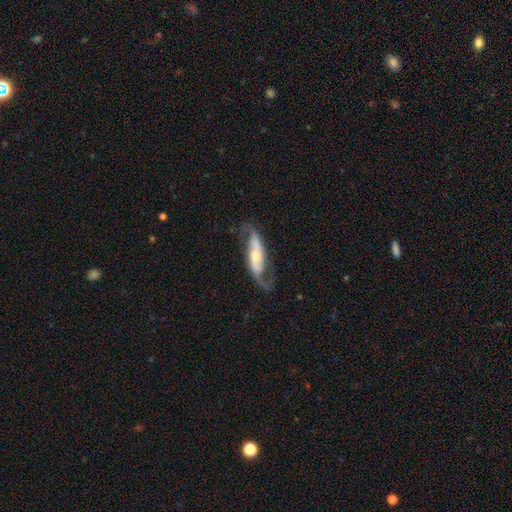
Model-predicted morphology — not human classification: A featured or disk galaxy (81%) with no bar (37%), 2 (89%) loose (62%) spiral arms (93%) and a small central bulge (47%). Merging: none (66%).